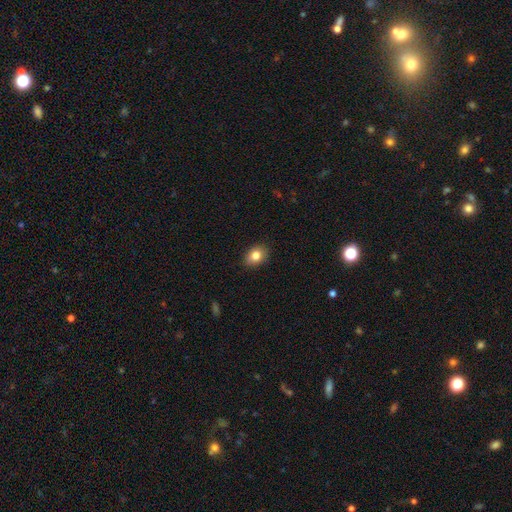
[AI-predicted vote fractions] smooth-or-featured: smooth: 82% | star or artifact: 9% | featured or disk: 9%
  how-rounded: in between: 68% | round: 31% | cigar-shaped: 1%
  merging: none: 87% | minor disturbance: 10% | major disturbance: 2% | merger: 1%